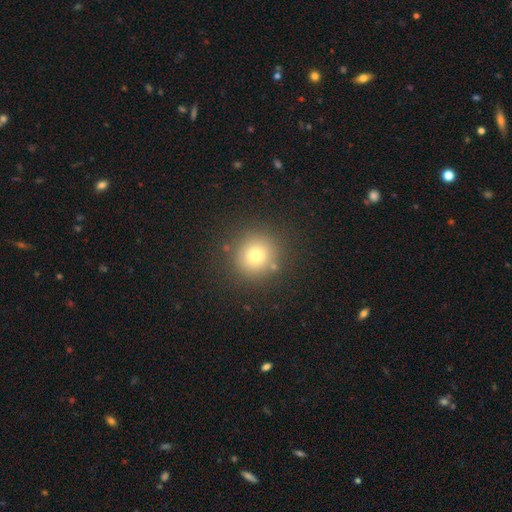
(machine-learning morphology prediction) A smooth galaxy with no disk features (73%) that is round (92%).

Vote fractions:
- Smooth or featured? smooth: 73% / star or artifact: 16% / featured or disk: 11%
- How rounded? round: 92% / in between: 7% / cigar-shaped: 1%
- Merging? none: 86% / minor disturbance: 7% / merger: 3% / major disturbance: 3%